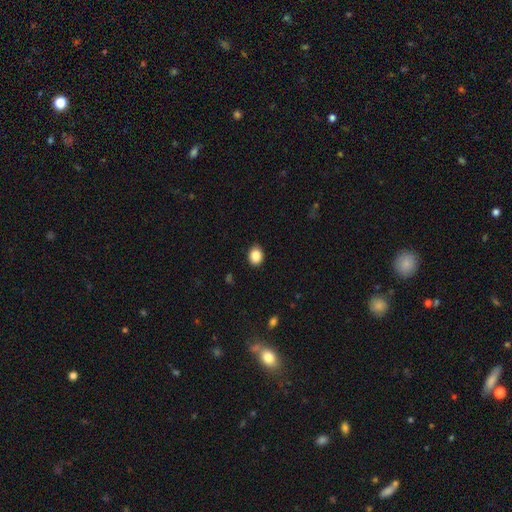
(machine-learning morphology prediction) A smooth galaxy with no disk features (88%) that is in between round and cigar-shaped (50%). Merging: none (88%).